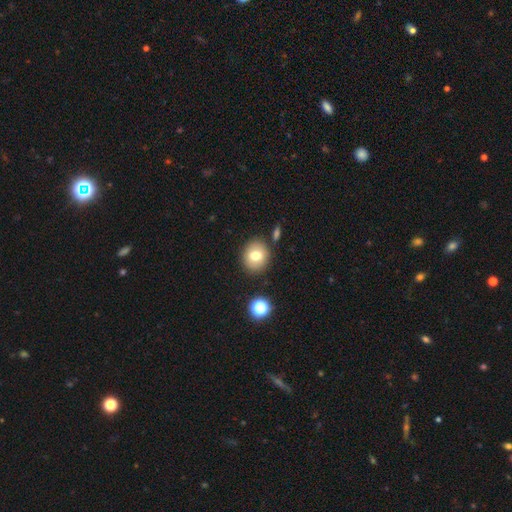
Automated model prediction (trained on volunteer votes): Smooth or featured? smooth (74%)
How rounded? round (76%)
Merging? none (84%)